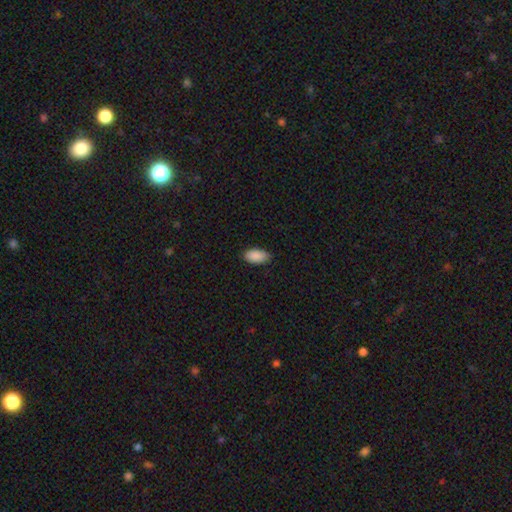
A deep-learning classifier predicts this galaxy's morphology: This appears to be a smooth galaxy with no disk features (90%) that is in between round and cigar-shaped (95%). Merging: none (81%).